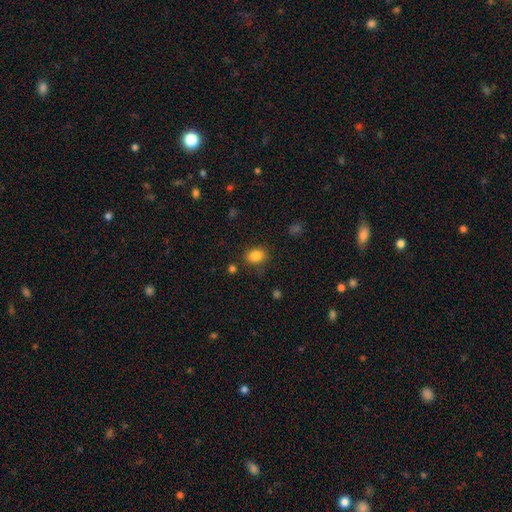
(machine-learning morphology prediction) Overall: smooth (85%). How rounded: in between (51%; round 48%). Merging: none (80%).